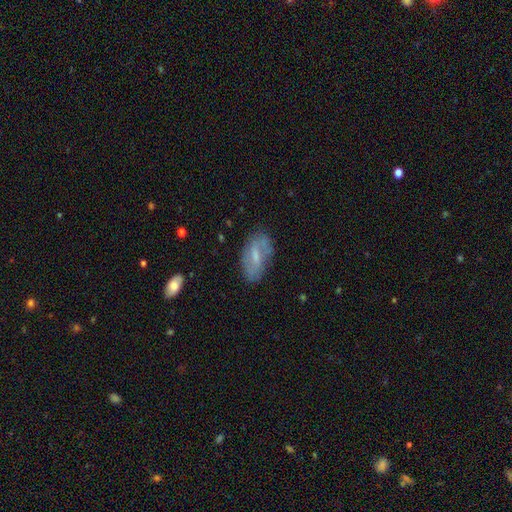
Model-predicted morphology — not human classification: This is possibly a featured or disk galaxy (50%). Merging: likely none (69%).